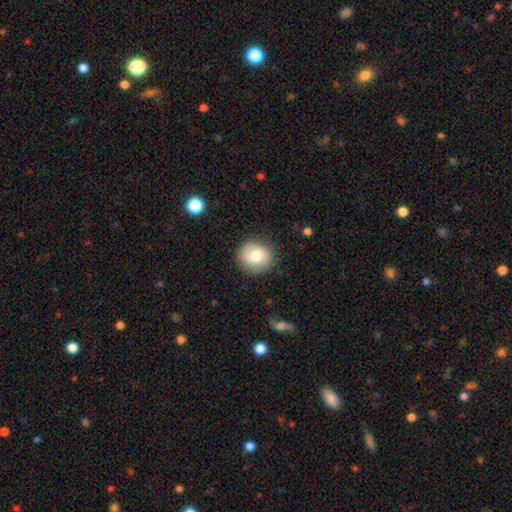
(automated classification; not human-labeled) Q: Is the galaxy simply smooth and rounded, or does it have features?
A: smooth — 79%.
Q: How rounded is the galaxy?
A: round — 85%.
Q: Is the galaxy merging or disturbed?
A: none — 86%.